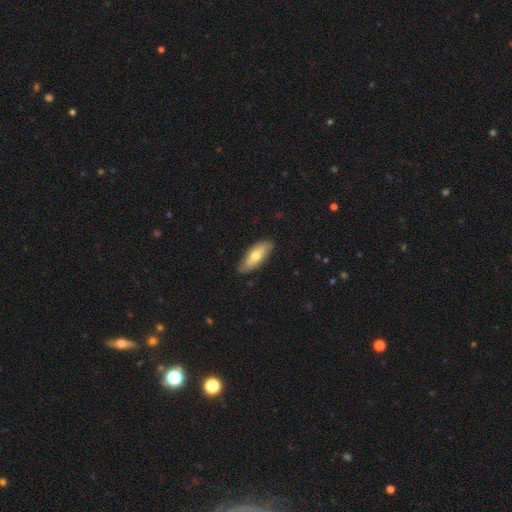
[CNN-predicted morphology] A smooth galaxy with no disk features (65%) that is in between round and cigar-shaped (76%). Merging: none (84%).